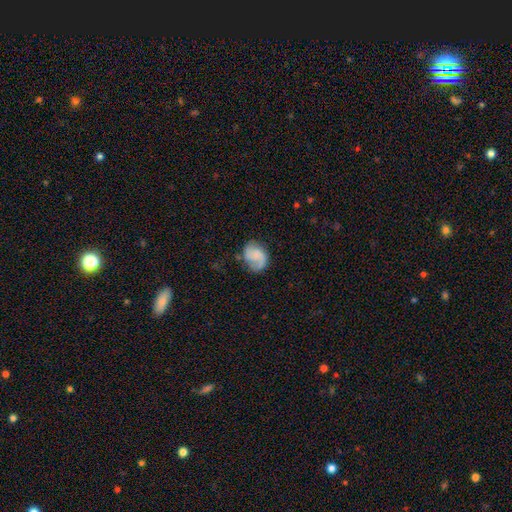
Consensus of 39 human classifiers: A featured or disk galaxy (59%) with no bar (52%), 2 (78%) loose (48%) spiral arms (100%) and no central bulge (48%).

Vote fractions:
- Smooth or featured? featured or disk: 59% / smooth: 33% / star or artifact: 8%
- Edge-on disk? no: 100% / yes: 0%
- Bar? no: 52% / weak: 30% / strong: 17%
- Spiral arms? yes: 100% / no: 0%
- Spiral winding? loose: 48% / medium: 43% / tight: 9%
- Spiral arm count? 2: 78% / 1: 13% / can't tell: 9% / 3: 0% / 4: 0% / more than 4: 0%
- Bulge size? none: 48% / small: 30% / moderate: 13% / dominant: 4% / large: 4%
- Merging? none: 67% / minor disturbance: 28% / major disturbance: 6% / merger: 0%